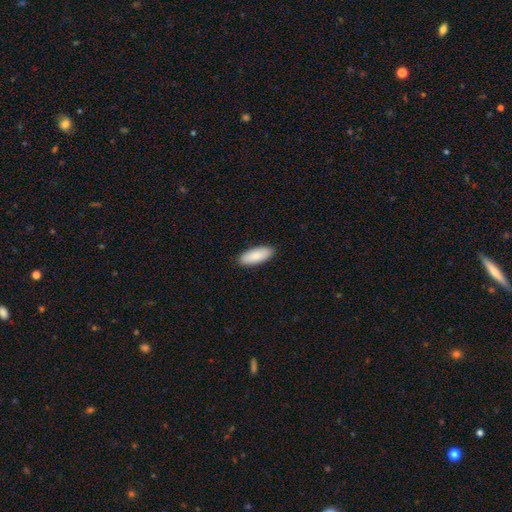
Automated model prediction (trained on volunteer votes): smooth-or-featured: smooth: 88% | featured or disk: 7% | star or artifact: 5%
  how-rounded: in between: 74% | cigar-shaped: 24% | round: 2%
  merging: none: 90% | minor disturbance: 8% | major disturbance: 2% | merger: 1%